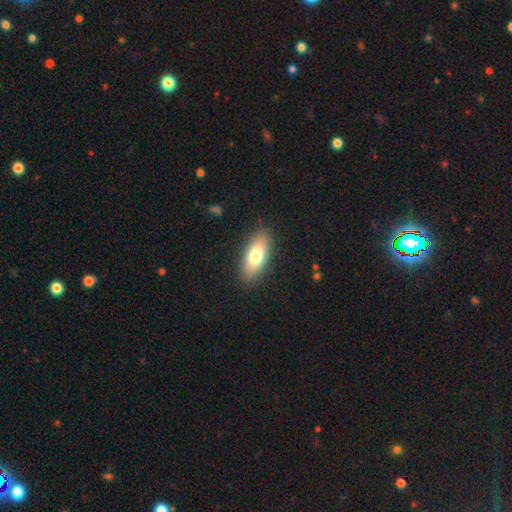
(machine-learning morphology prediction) The model was most divided on "smooth or featured": smooth: 75%, featured or disk: 18%, star or artifact: 7%. More confident: merging — none (88%); how rounded — in between (80%).